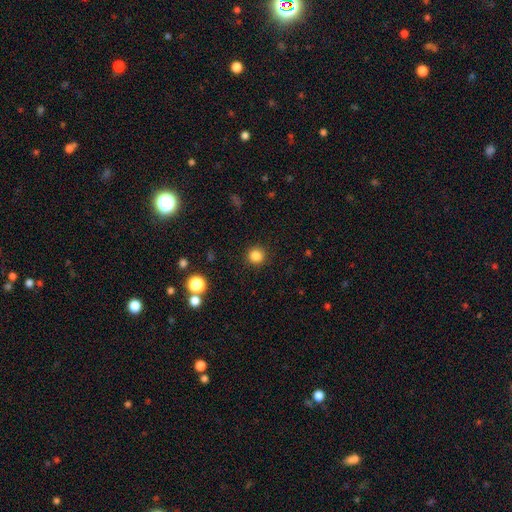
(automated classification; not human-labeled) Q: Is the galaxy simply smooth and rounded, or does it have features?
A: smooth — 84%.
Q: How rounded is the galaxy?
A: round — 94%.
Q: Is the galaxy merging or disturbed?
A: none — 91%.